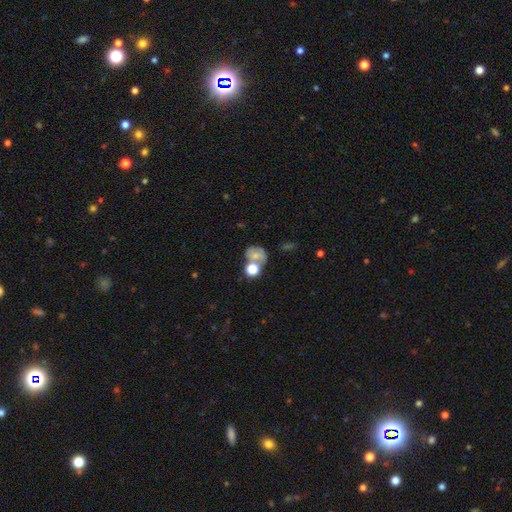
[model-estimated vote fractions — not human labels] Overall: smooth (66%). How rounded: round (64%; in between 35%). Merging: merger (40%; none 38%).